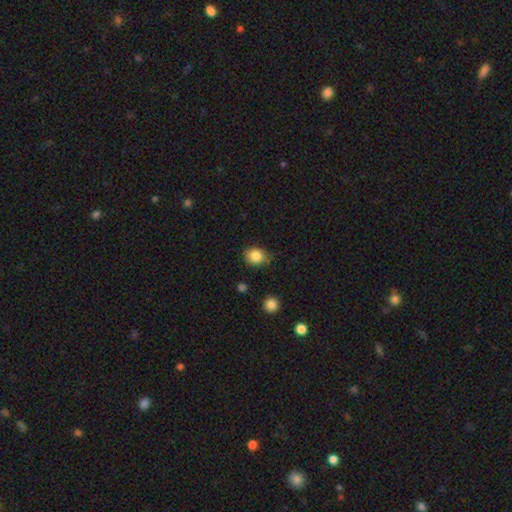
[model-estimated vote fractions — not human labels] Morphology: type=smooth (84%); roundness=round (69%); merging=none (75%).